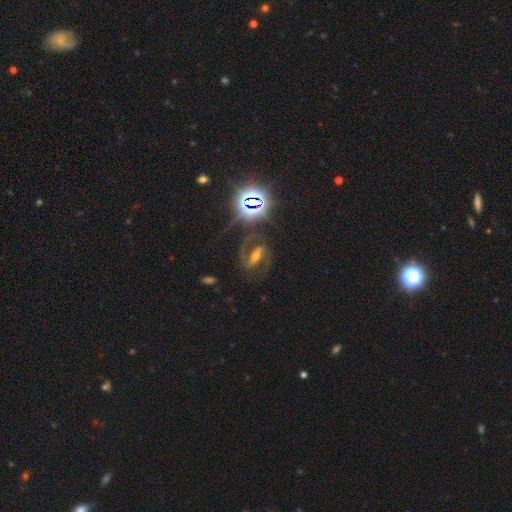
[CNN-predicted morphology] Smooth or featured? Predicted: featured or disk (p=0.69). Edge-on disk? Predicted: no (p=0.94). Bar? Predicted: strong (p=0.67). Spiral arms? Predicted: yes (p=0.91). Spiral winding? Predicted: medium (p=0.55). Spiral arm count? Predicted: 2 (p=0.91). Bulge size? Predicted: moderate (p=0.56). Merging? Predicted: none (p=0.74).